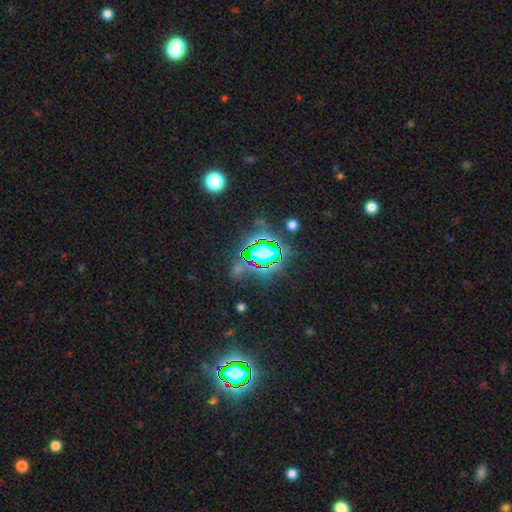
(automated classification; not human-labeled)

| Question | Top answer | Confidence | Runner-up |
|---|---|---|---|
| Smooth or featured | star or artifact | 82% | smooth (11%) |